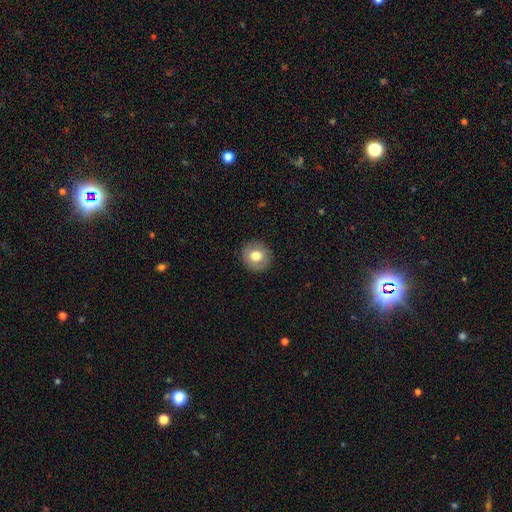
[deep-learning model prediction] Morphology: type=smooth (72%); roundness=round (91%); merging=none (89%).